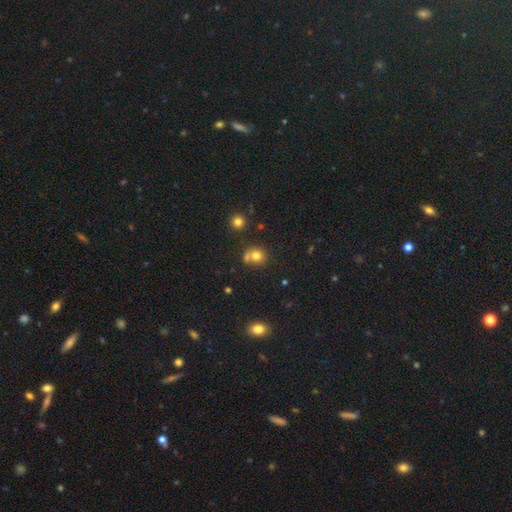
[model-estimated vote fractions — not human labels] A smooth galaxy with no disk features (75%) that is round (78%). Merging: none (53%).